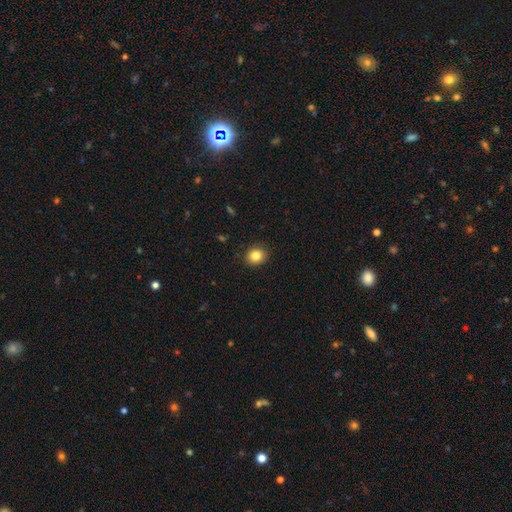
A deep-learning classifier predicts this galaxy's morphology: Smooth or featured? Predicted: smooth (p=0.84). How rounded? Predicted: round (p=0.71). Merging? Predicted: none (p=0.88).